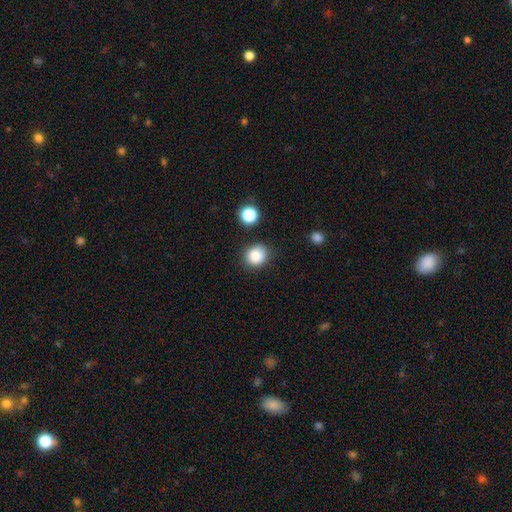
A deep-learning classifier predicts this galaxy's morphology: This appears to be a smooth galaxy with no disk features (85%) that is round (79%). Merging: none (79%).